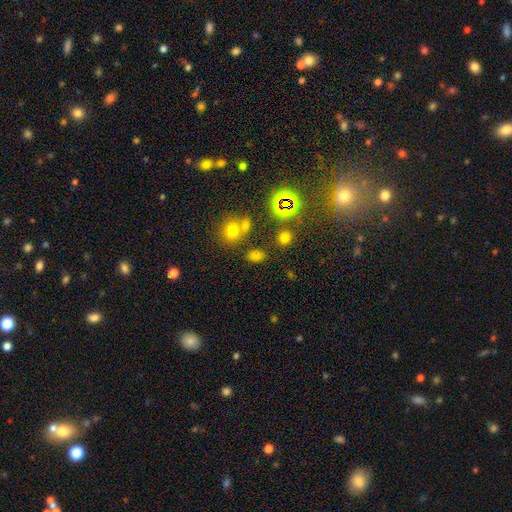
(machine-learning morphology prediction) smooth_or_featured: smooth (p=0.68) [alt: star or artifact p=0.25]
how_rounded: in between (p=0.72) [alt: round p=0.26]
merging: none (p=0.72) [alt: merger p=0.14]